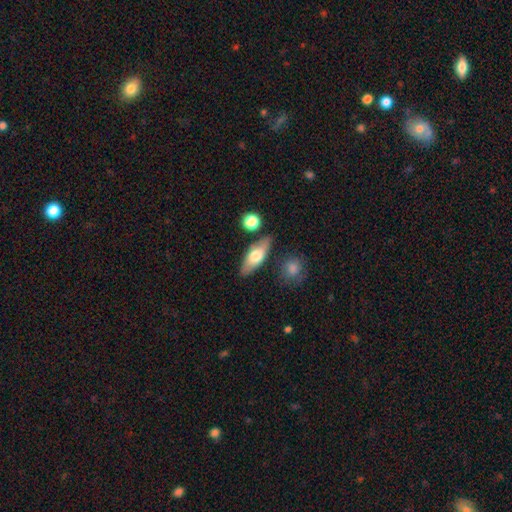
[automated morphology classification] A smooth galaxy with no disk features (63%) that is in between round and cigar-shaped (70%). Merging: none (80%).